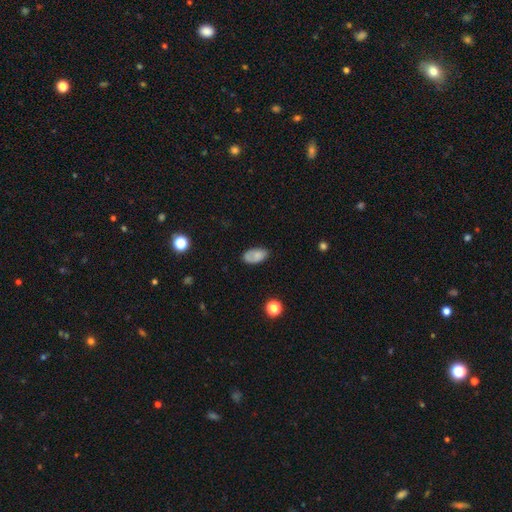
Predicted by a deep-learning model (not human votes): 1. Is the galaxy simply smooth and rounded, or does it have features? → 74% smooth, 17% featured or disk, 9% star or artifact.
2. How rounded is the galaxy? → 93% in between, 5% round, 2% cigar-shaped.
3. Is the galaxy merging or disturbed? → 65% none, 24% minor disturbance, 8% major disturbance, 3% merger.